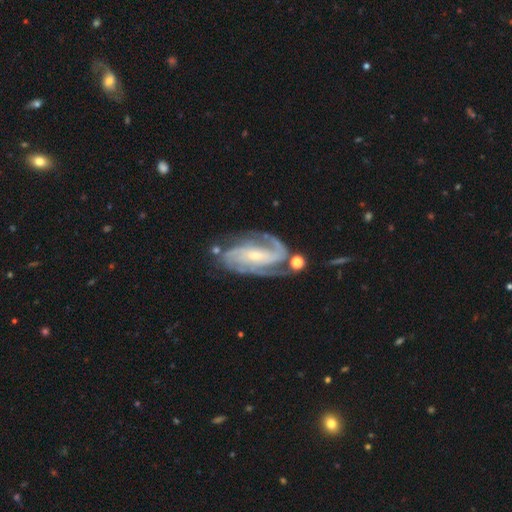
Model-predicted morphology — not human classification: Smooth or featured? featured or disk (91%)
Edge-on disk? no (97%)
Bar? weak (38%)
Spiral arms? yes (98%)
Spiral winding? medium (46%)
Spiral arm count? 2 (57%)
Bulge size? small (70%)
Merging? none (64%)